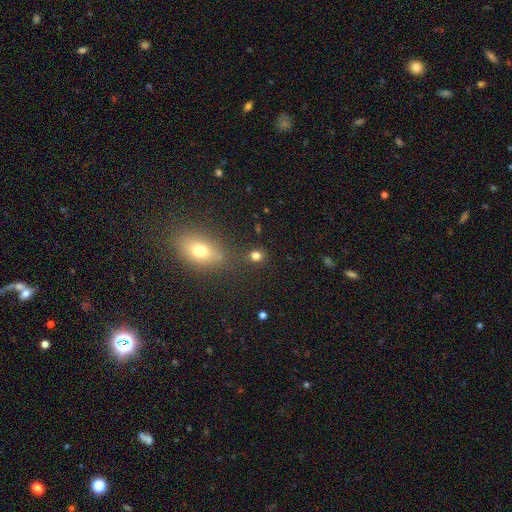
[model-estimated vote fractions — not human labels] Smooth or featured? smooth (77%)
How rounded? round (72%)
Merging? none (79%)